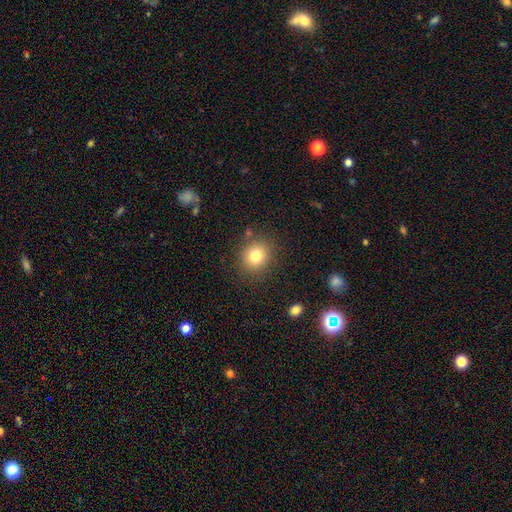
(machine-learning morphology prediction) Overall: smooth (79%). How rounded: round (80%). Merging: none (85%).